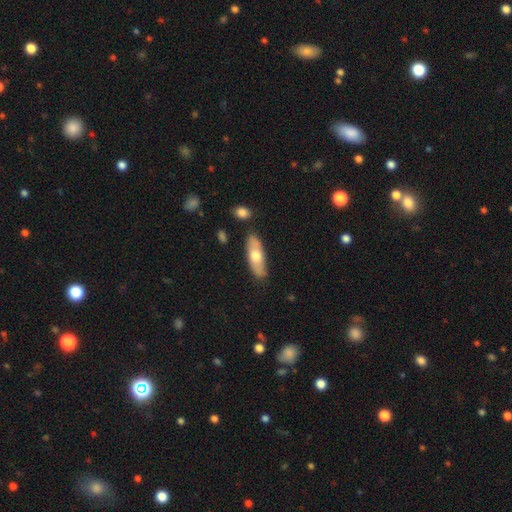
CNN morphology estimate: A smooth galaxy with no disk features (60%) that is in between round and cigar-shaped (65%). Merging: none (82%).